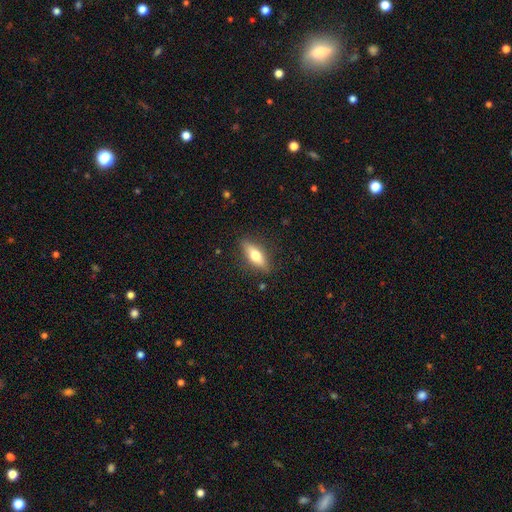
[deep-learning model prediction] Morphology: type=smooth (64%); roundness=in between (58%); merging=none (85%).